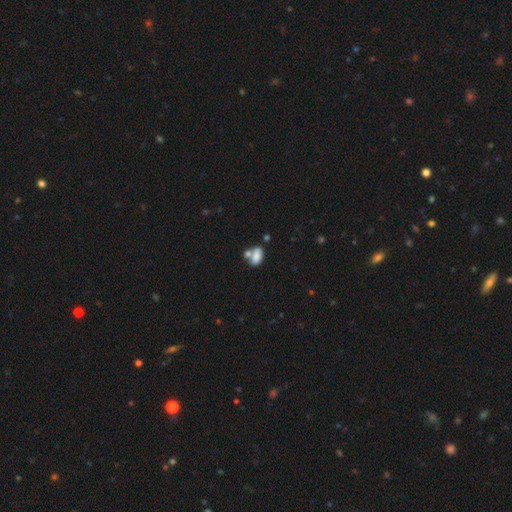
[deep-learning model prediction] A smooth galaxy with no disk features (79%) that is in between round and cigar-shaped (90%).

Vote fractions:
- Smooth or featured? smooth: 79% / featured or disk: 12% / star or artifact: 9%
- How rounded? in between: 90% / round: 6% / cigar-shaped: 4%
- Merging? merger: 43% / none: 38% / minor disturbance: 13% / major disturbance: 5%